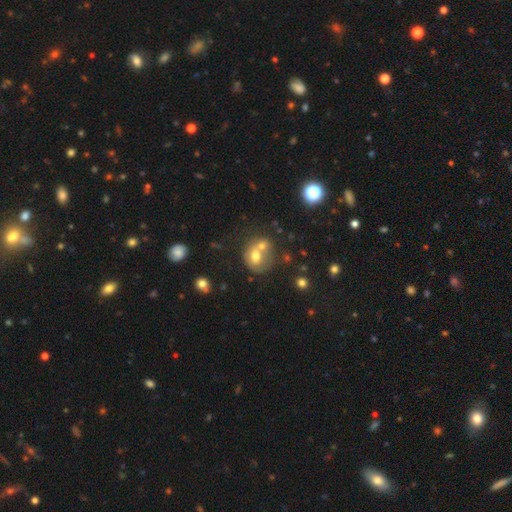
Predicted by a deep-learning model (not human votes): smooth 61%, featured or disk 29%, star or artifact 11%. Down the decision tree: how rounded — round (63%); merging — merger (58%).